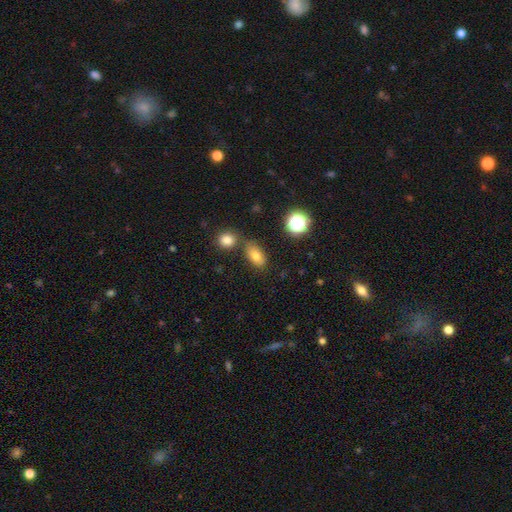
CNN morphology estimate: Smooth or featured? smooth (77%)
How rounded? in between (85%)
Merging? none (67%)